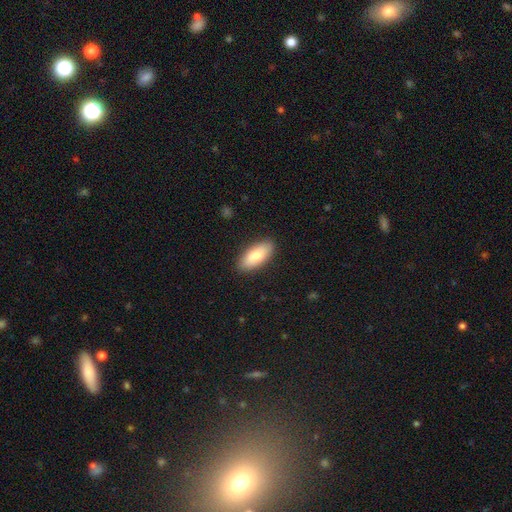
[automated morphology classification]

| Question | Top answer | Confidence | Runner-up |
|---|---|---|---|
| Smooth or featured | smooth | 82% | featured or disk (12%) |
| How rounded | in between | 85% | cigar-shaped (13%) |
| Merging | none | 88% | minor disturbance (9%) |